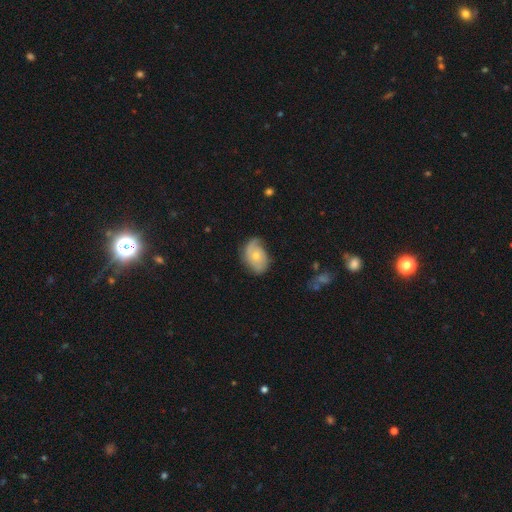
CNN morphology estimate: type=featured or disk (52%); edge-on=no (95%); merging=none (58%).